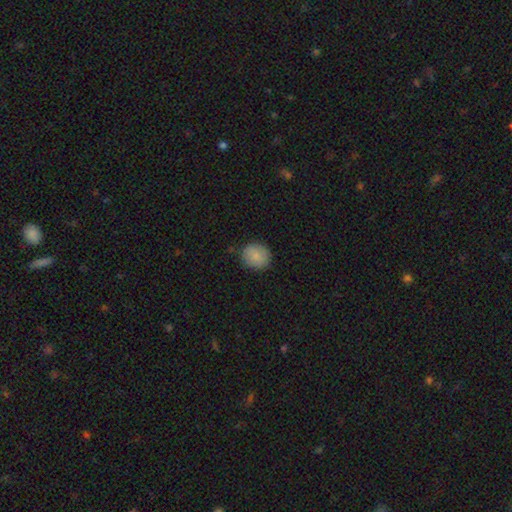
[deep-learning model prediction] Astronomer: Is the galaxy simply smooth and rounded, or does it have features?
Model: smooth — 86%.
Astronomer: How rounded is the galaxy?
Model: round — 84%.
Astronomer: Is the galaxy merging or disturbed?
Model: none — 86%.